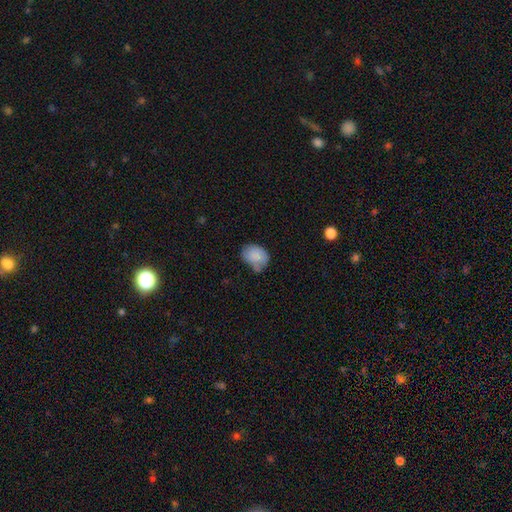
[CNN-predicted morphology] The model was most divided on "merging": none: 45%, minor disturbance: 36%, major disturbance: 10%, merger: 9%. More confident: smooth or featured — smooth (80%); how rounded — in between (62%).